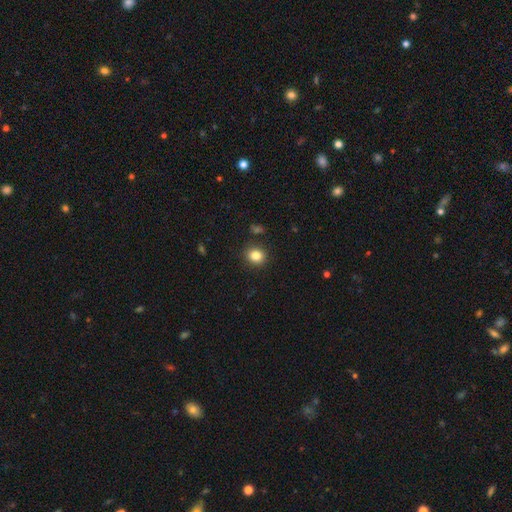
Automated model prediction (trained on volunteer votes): Smooth or featured? smooth (84%)
How rounded? round (75%)
Merging? none (89%)